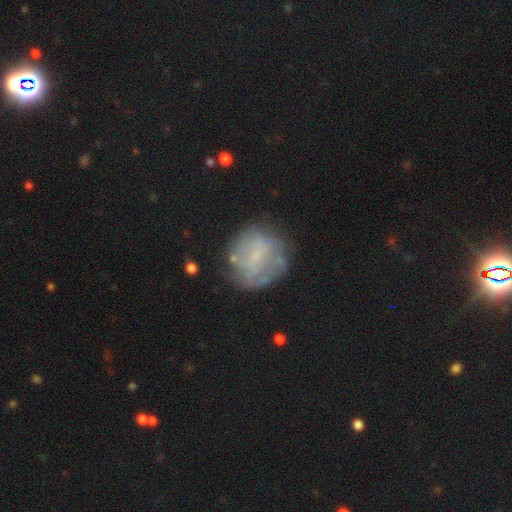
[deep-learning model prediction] Overall: featured or disk (45%; smooth 44%). Merging: none (63%).